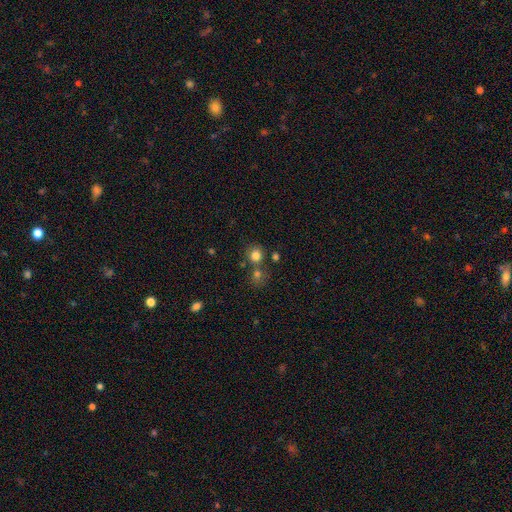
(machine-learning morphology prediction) This is likely a smooth galaxy (79%). How rounded: clearly round (86%). Merging: likely none (62%).